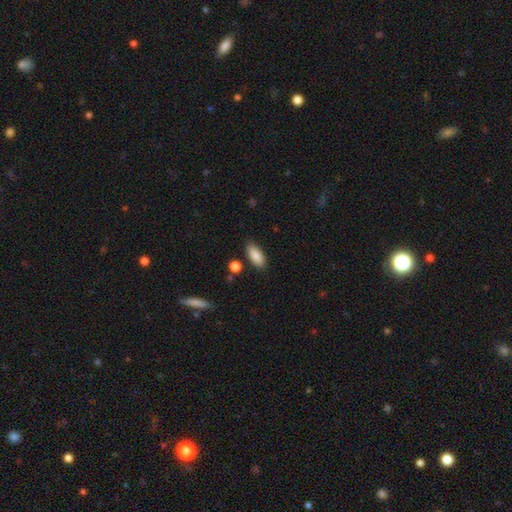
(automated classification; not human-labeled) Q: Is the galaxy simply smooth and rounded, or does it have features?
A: smooth — 87%.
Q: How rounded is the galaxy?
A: in between — 84%.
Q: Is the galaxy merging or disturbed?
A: none — 84%.